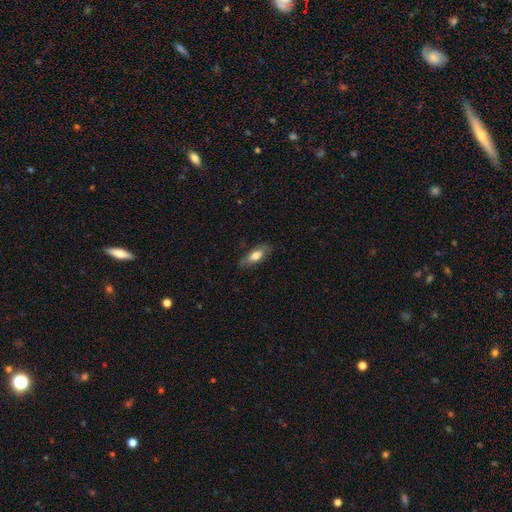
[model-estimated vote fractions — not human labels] The model was most divided on "how rounded": in between: 68%, cigar-shaped: 29%, round: 3%. More confident: merging — none (76%); smooth or featured — smooth (67%).